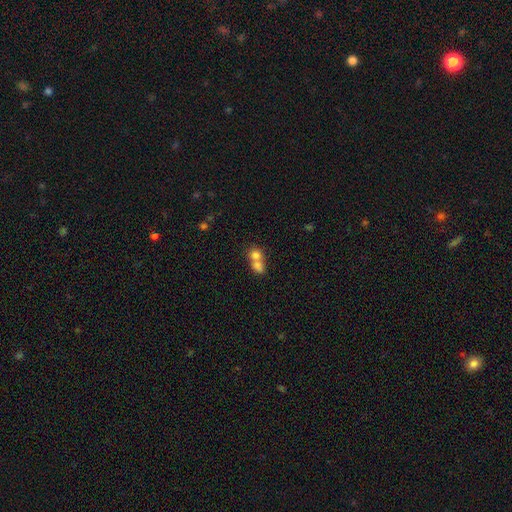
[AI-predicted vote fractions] A smooth galaxy with no disk features (75%) that is round (62%).

Vote fractions:
- Smooth or featured? smooth: 75% / featured or disk: 14% / star or artifact: 11%
- How rounded? round: 62% / in between: 37% / cigar-shaped: 2%
- Merging? merger: 68% / none: 23% / minor disturbance: 5% / major disturbance: 3%